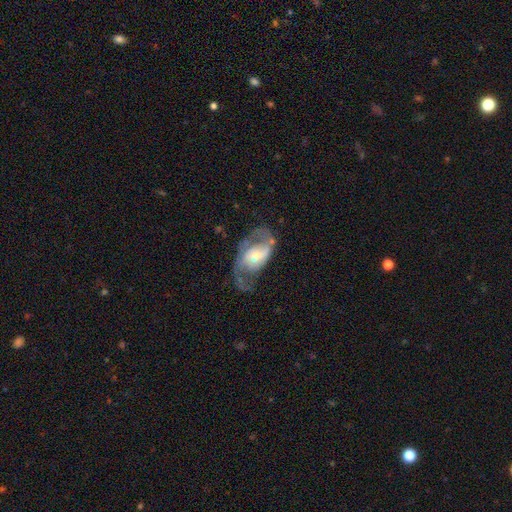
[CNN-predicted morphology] Overall: featured or disk (79%). Edge-on disk: no (95%). Bar: no (45%; weak 42%). Spiral arms: yes (86%). Spiral arm count: 2 (74%). Spiral winding: medium (46%; loose 35%). Bulge size: moderate (52%; small 36%). Merging: none (47%; major disturbance 29%).